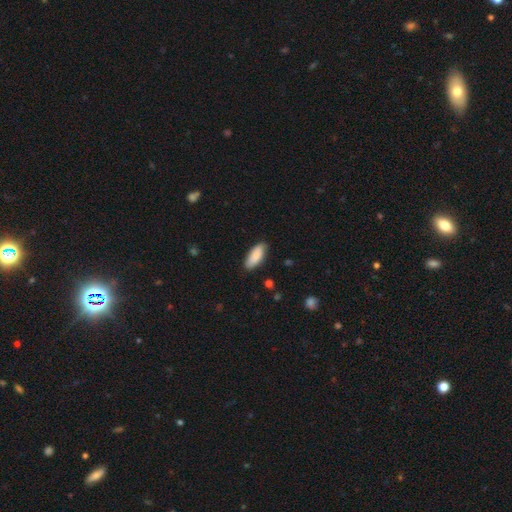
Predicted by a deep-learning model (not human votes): Smooth or featured? smooth (87%)
How rounded? in between (81%)
Merging? none (85%)